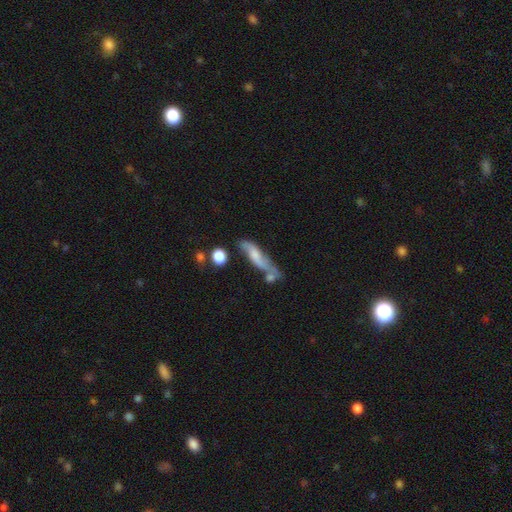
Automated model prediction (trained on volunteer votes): This appears to be a featured or disk galaxy (50%). Merging: none (42%).